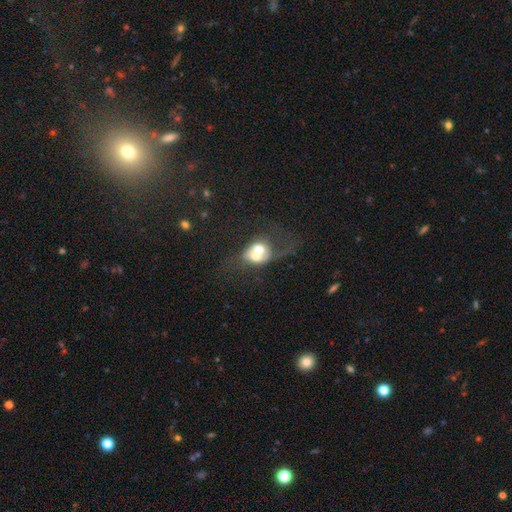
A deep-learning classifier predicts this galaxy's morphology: smooth-or-featured: smooth: 48% | featured or disk: 43% | star or artifact: 9%
  merging: merger: 70% | none: 12% | major disturbance: 11% | minor disturbance: 6%